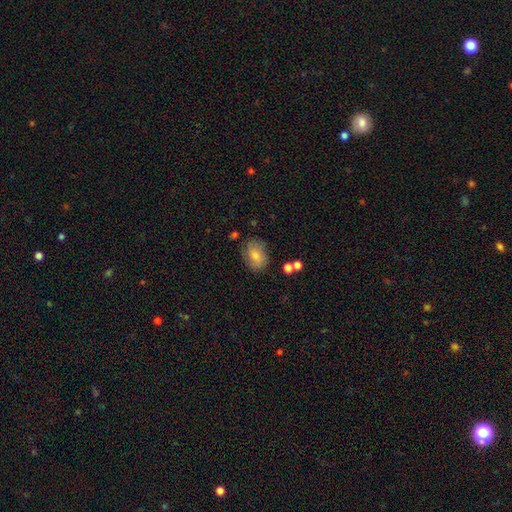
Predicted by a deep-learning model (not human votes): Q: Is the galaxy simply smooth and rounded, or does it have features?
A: smooth — 76%.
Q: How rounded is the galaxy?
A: in between — 63%.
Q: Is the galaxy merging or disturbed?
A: none — 75%.